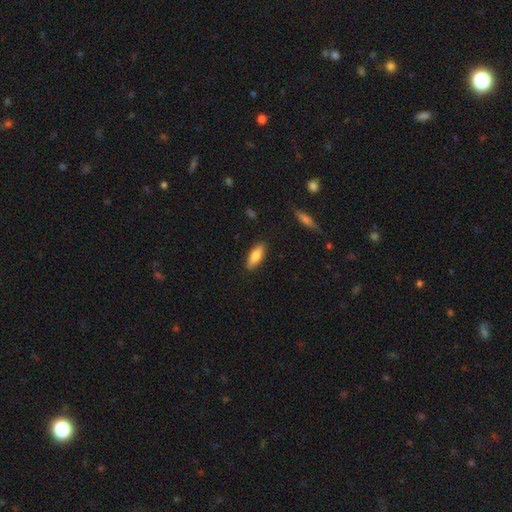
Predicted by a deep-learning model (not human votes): This appears to be a smooth galaxy with no disk features (76%) that is in between round and cigar-shaped (63%). Merging: none (87%).